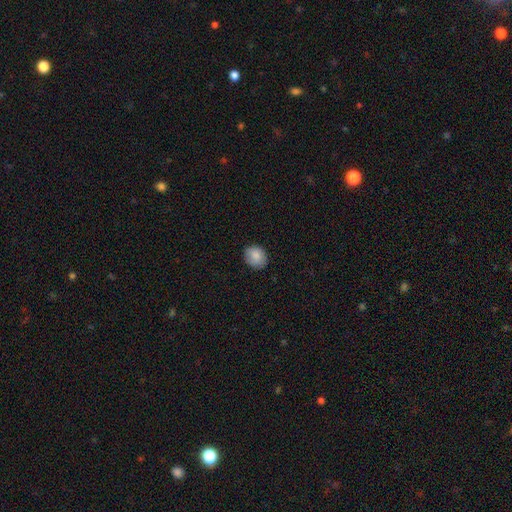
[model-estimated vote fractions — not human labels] smooth_or_featured: smooth (p=0.86) [alt: star or artifact p=0.08]
how_rounded: round (p=0.61) [alt: in between p=0.38]
merging: none (p=0.83) [alt: minor disturbance p=0.13]